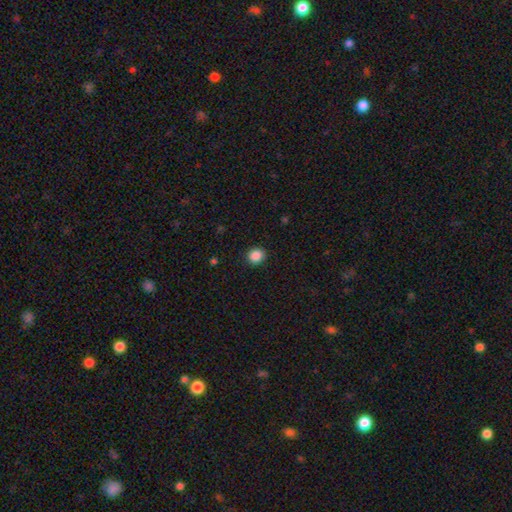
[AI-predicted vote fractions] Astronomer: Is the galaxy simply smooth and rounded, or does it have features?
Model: smooth — 88%.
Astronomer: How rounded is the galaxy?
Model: round — 83%.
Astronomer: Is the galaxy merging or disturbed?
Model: none — 91%.